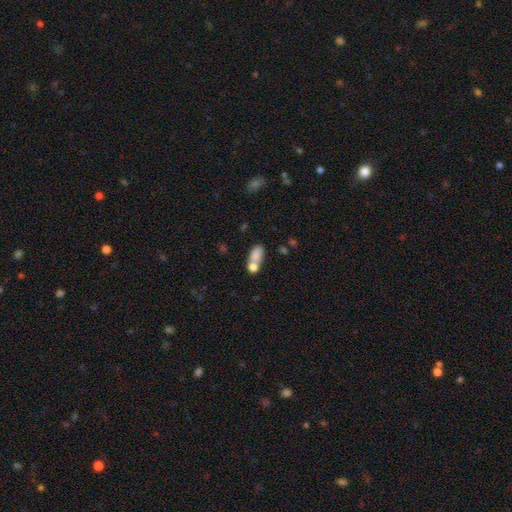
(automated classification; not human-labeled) A smooth galaxy with no disk features (76%) that is in between round and cigar-shaped (77%).

Vote fractions:
- Smooth or featured? smooth: 76% / featured or disk: 15% / star or artifact: 10%
- How rounded? in between: 77% / round: 13% / cigar-shaped: 10%
- Merging? merger: 52% / none: 30% / minor disturbance: 11% / major disturbance: 6%